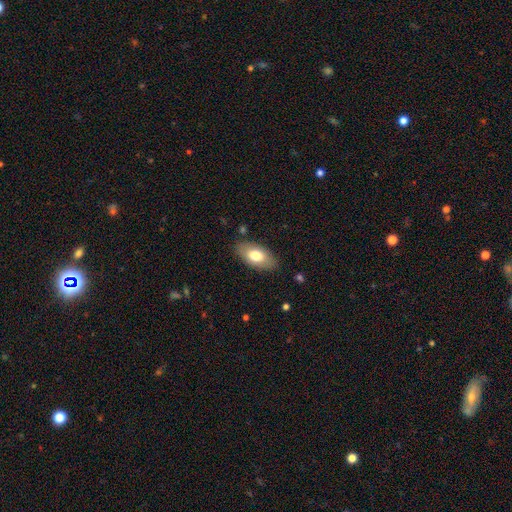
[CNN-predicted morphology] A smooth galaxy with no disk features (74%) that is in between round and cigar-shaped (93%).

Vote fractions:
- Smooth or featured? smooth: 74% / featured or disk: 20% / star or artifact: 6%
- How rounded? in between: 93% / round: 3% / cigar-shaped: 3%
- Merging? none: 84% / minor disturbance: 12% / major disturbance: 3% / merger: 1%